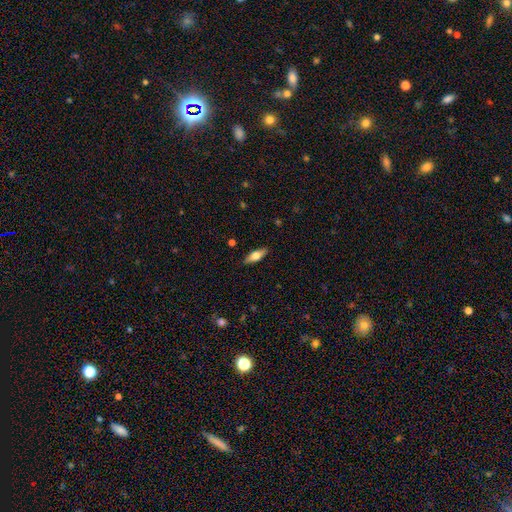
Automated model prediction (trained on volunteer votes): A smooth galaxy with no disk features (56%) that is in between round and cigar-shaped (61%). Merging: none (88%).